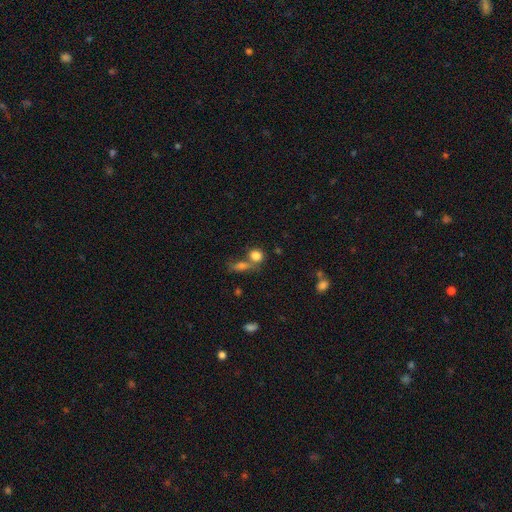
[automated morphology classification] This appears to be a smooth galaxy with no disk features (81%) that is round (67%). Merging: none (50%).